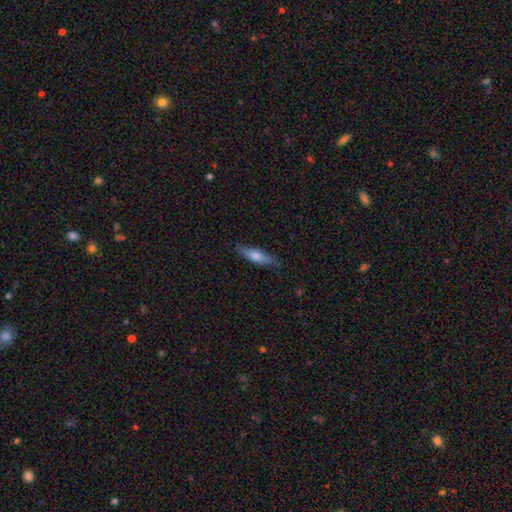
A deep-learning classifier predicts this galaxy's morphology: Smooth or featured?
  - smooth: 61% *
  - featured or disk: 33%
  - star or artifact: 6%
How rounded?
  - cigar-shaped: 71% *
  - in between: 27%
  - round: 2%
Merging?
  - none: 84% *
  - minor disturbance: 13%
  - major disturbance: 2%
  - merger: 1%